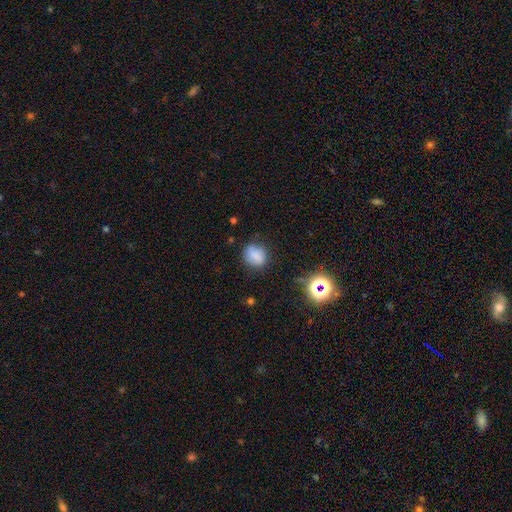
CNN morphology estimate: Q: Smooth or featured?
A: smooth (75%); runner-up: star or artifact (13%)
Q: How rounded?
A: round (62%); runner-up: in between (37%)
Q: Merging?
A: none (72%); runner-up: minor disturbance (20%)